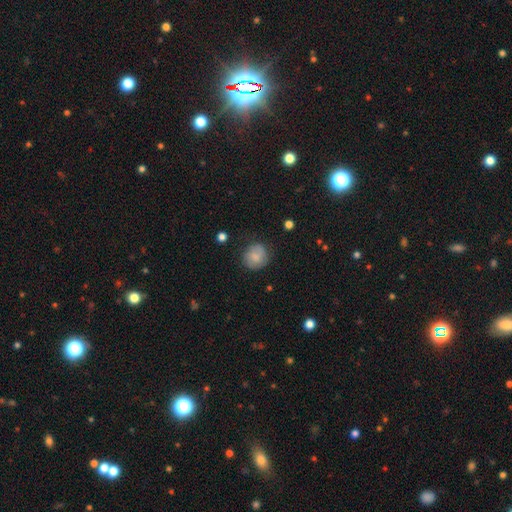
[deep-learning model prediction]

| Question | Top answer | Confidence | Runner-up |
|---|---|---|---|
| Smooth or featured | smooth | 77% | featured or disk (16%) |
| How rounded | round | 83% | in between (16%) |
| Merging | none | 76% | minor disturbance (17%) |